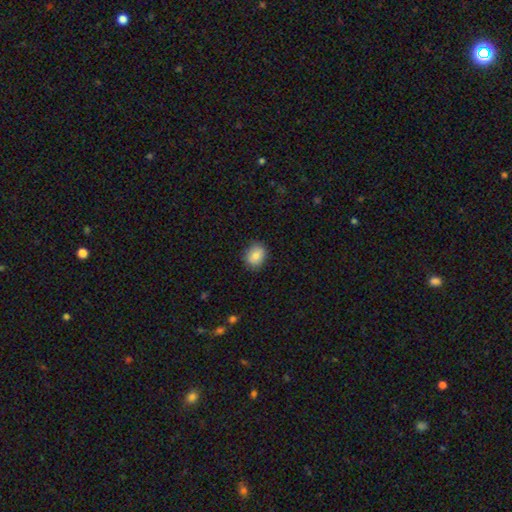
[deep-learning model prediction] A smooth galaxy with no disk features (84%) that is in between round and cigar-shaped (50%).

Vote fractions:
- Smooth or featured? smooth: 84% / featured or disk: 8% / star or artifact: 8%
- How rounded? in between: 50% / round: 49% / cigar-shaped: 1%
- Merging? none: 84% / minor disturbance: 13% / major disturbance: 3% / merger: 1%